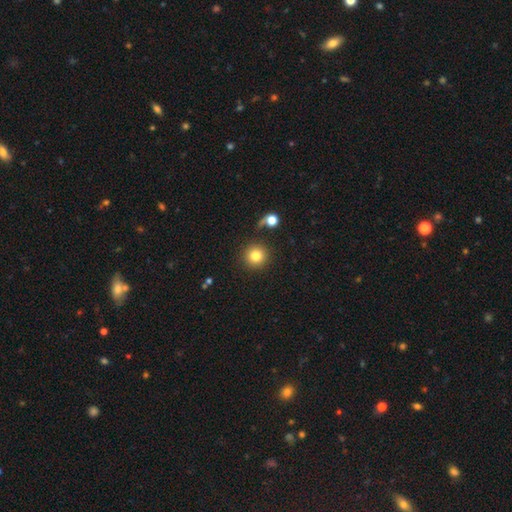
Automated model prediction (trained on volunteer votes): Morphology: type=smooth (81%); roundness=round (94%); merging=none (84%).